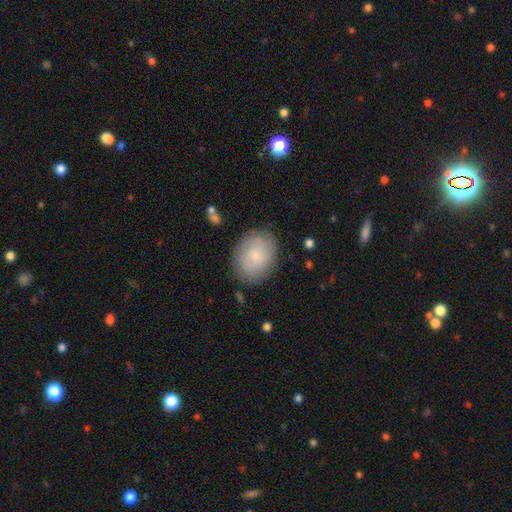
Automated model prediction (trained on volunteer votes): Overall: smooth (58%; featured or disk 34%). How rounded: in between (53%; round 46%). Merging: none (81%).